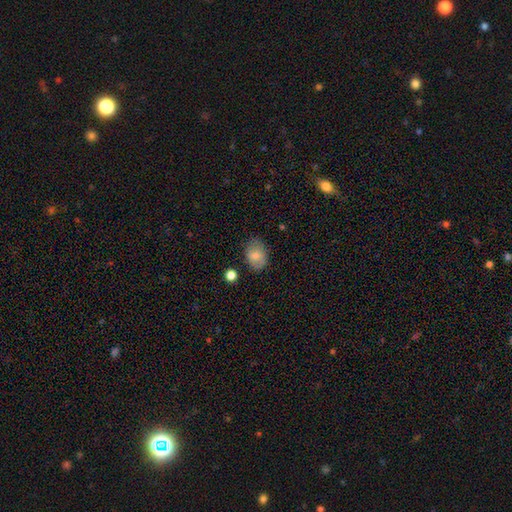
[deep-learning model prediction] Smooth or featured? Predicted: smooth (p=0.77). How rounded? Predicted: in between (p=0.78). Merging? Predicted: none (p=0.75).